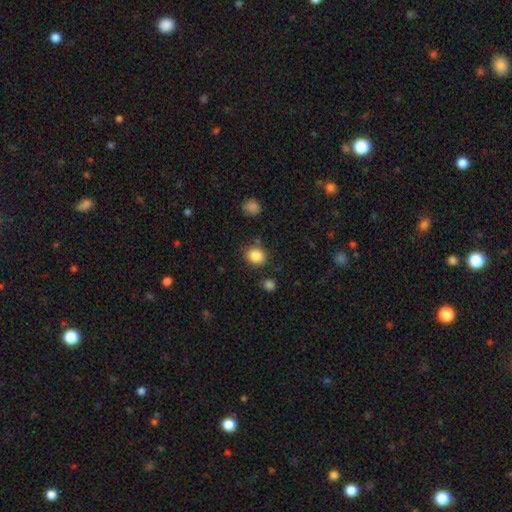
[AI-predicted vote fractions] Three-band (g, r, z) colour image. It shows a smooth galaxy with no disk features (86%) that is round (65%). Merging: none (80%).